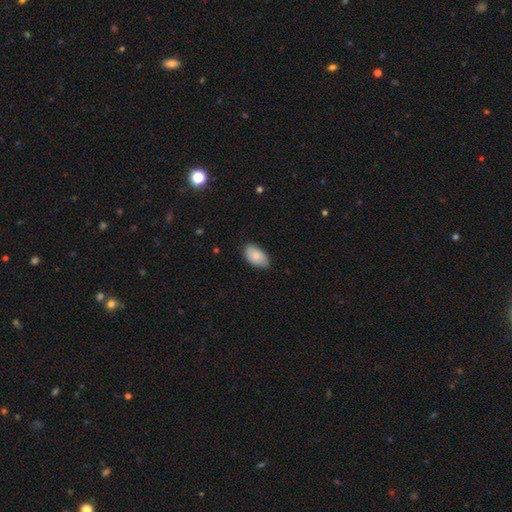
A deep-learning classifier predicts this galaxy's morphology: A smooth galaxy with no disk features (85%) that is in between round and cigar-shaped (95%). Merging: none (80%).